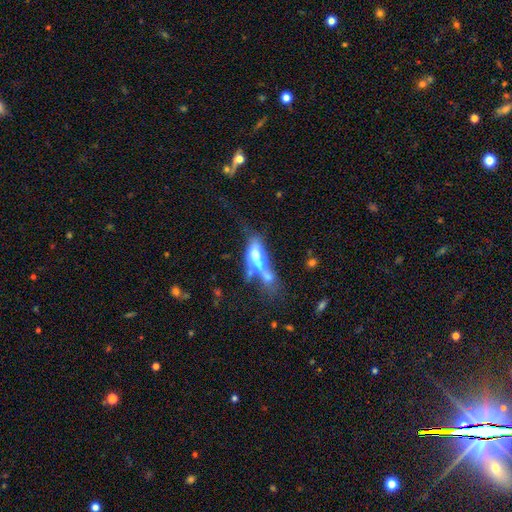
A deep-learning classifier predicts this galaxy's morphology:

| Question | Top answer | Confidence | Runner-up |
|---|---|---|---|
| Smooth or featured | smooth | 48% | featured or disk (43%) |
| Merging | merger | 60% | none (15%) |